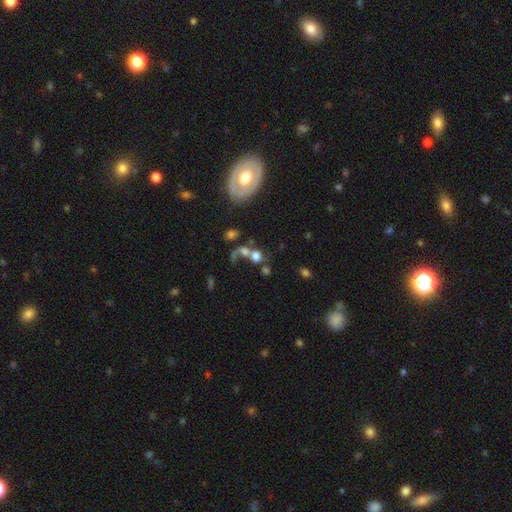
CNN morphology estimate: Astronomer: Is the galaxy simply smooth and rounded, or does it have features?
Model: smooth — 56%.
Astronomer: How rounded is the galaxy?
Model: round — 64%.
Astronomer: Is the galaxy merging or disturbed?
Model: merger — 53%.